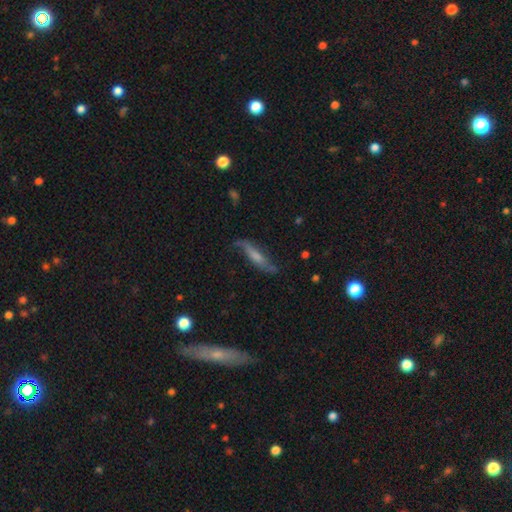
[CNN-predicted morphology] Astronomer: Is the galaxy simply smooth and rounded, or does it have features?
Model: featured or disk — 66%.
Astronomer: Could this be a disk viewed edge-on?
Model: no — 53% (runner-up: yes, 47%).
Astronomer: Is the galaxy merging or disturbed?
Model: none — 68%.